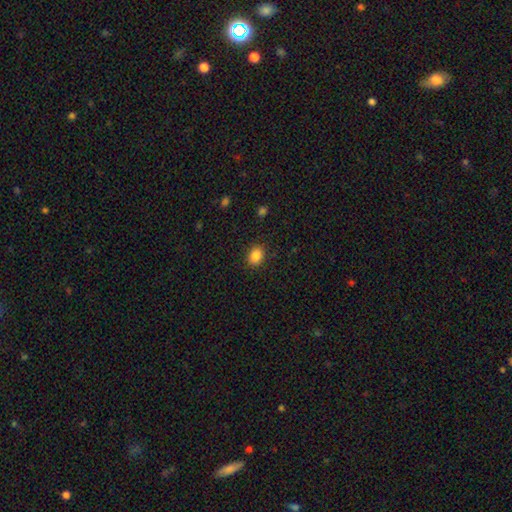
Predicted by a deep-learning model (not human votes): Q: Smooth or featured?
A: smooth (86%); runner-up: star or artifact (10%)
Q: How rounded?
A: in between (52%); runner-up: round (47%)
Q: Merging?
A: none (89%); runner-up: minor disturbance (8%)